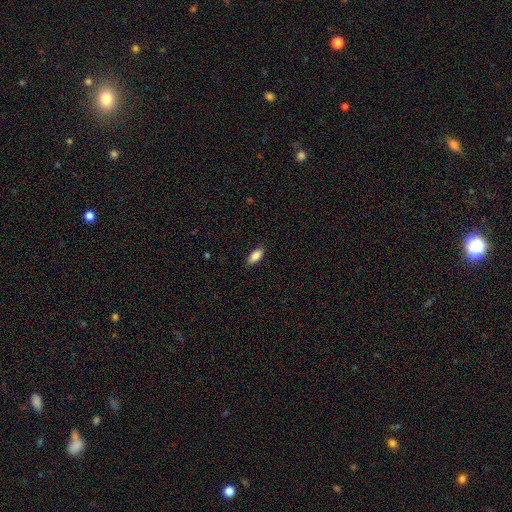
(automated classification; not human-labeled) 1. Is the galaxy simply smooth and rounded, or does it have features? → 87% smooth, 7% star or artifact, 6% featured or disk.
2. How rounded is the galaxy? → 85% in between, 13% cigar-shaped, 2% round.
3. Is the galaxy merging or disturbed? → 88% none, 9% minor disturbance, 2% major disturbance, 1% merger.